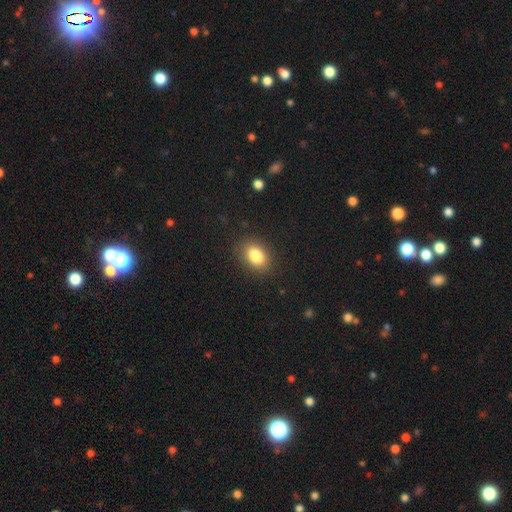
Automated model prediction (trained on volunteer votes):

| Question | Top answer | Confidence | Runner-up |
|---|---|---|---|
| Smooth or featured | smooth | 84% | star or artifact (9%) |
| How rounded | in between | 77% | round (22%) |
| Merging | none | 87% | minor disturbance (9%) |